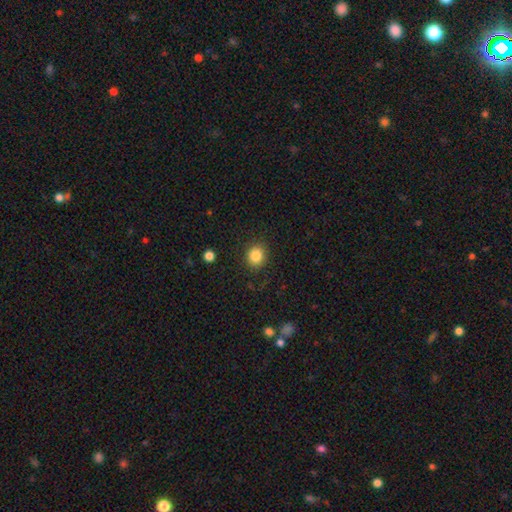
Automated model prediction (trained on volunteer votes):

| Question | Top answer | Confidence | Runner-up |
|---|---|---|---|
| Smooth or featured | smooth | 84% | star or artifact (11%) |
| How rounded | round | 79% | in between (20%) |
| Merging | none | 88% | minor disturbance (8%) |